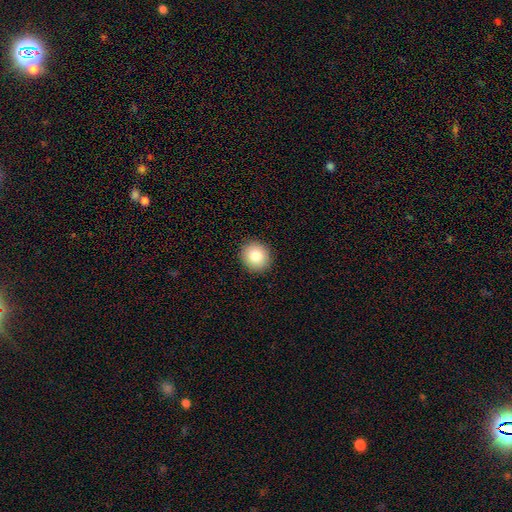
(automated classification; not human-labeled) The model was most divided on "smooth or featured": smooth: 82%, star or artifact: 9%, featured or disk: 8%. More confident: merging — none (92%); how rounded — round (88%).